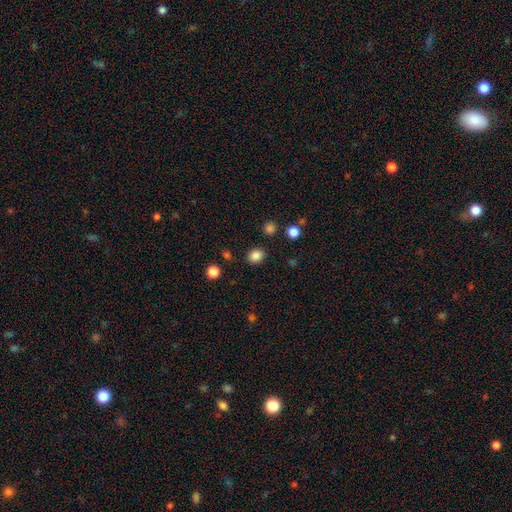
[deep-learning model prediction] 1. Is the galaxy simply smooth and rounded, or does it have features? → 85% smooth, 12% star or artifact, 4% featured or disk.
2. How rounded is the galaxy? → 62% round, 37% in between, 1% cigar-shaped.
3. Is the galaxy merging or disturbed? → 86% none, 8% minor disturbance, 3% major disturbance, 3% merger.